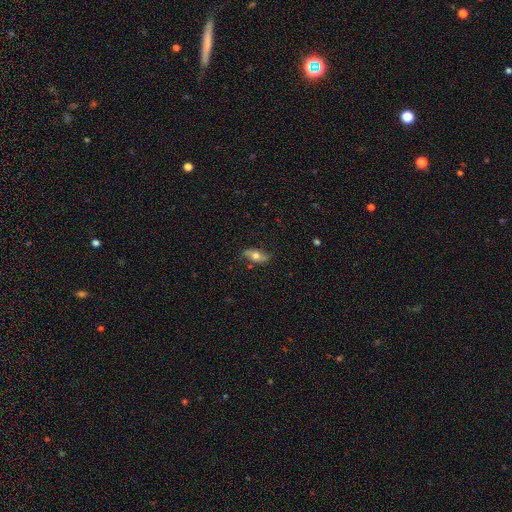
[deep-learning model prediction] This is possibly a smooth galaxy (47%). Merging: likely none (75%).